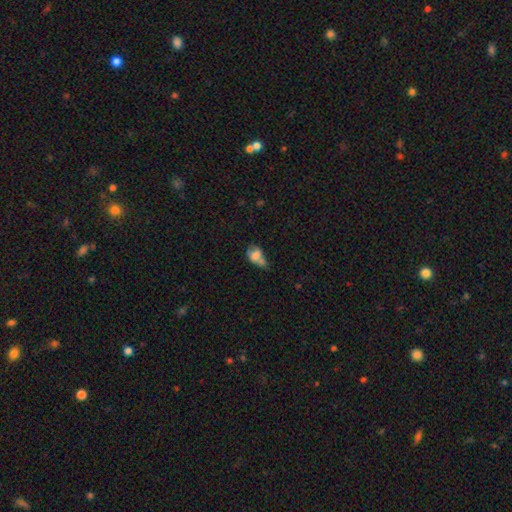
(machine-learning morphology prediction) smooth-or-featured: smooth: 67% | featured or disk: 21% | star or artifact: 12%
  how-rounded: in between: 74% | round: 24% | cigar-shaped: 3%
  merging: merger: 35% | minor disturbance: 24% | none: 21% | major disturbance: 20%